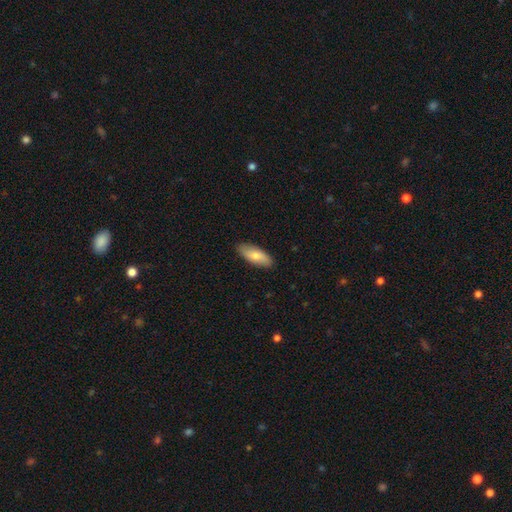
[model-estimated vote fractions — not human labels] Overall: smooth (79%). How rounded: in between (78%). Merging: none (88%).